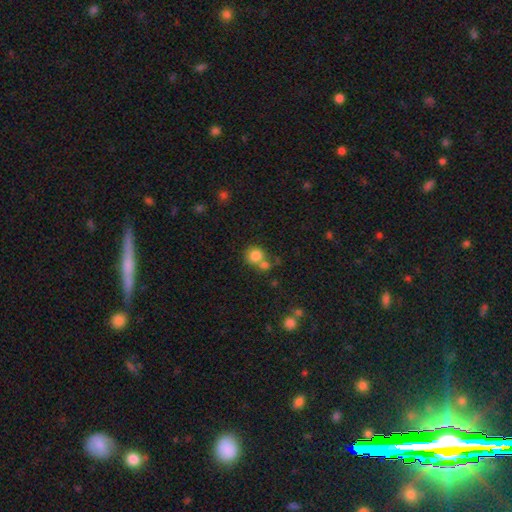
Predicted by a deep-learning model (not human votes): Q: Smooth or featured?
A: smooth (80%); runner-up: star or artifact (11%)
Q: How rounded?
A: round (84%); runner-up: in between (15%)
Q: Merging?
A: none (51%); runner-up: merger (36%)